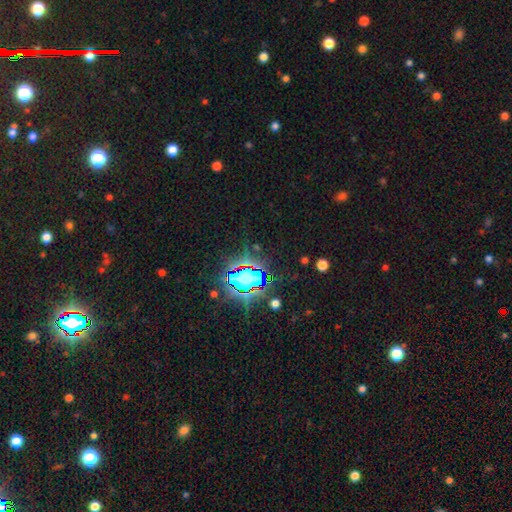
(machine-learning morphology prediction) Smooth or featured?
  - star or artifact: 84% *
  - smooth: 9%
  - featured or disk: 7%